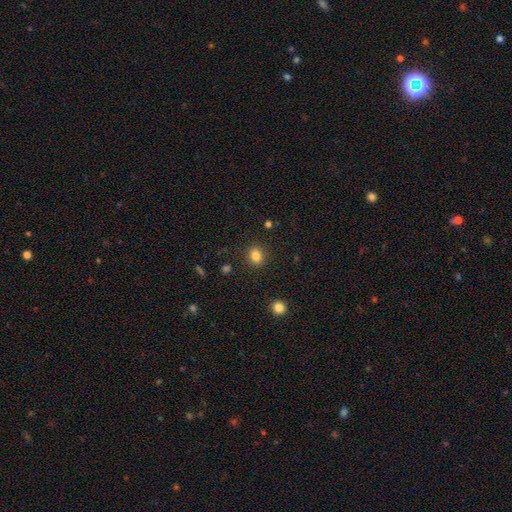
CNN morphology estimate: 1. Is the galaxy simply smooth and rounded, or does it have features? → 83% smooth, 11% star or artifact, 5% featured or disk.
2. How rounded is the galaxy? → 55% round, 44% in between, 1% cigar-shaped.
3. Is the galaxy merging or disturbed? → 88% none, 8% minor disturbance, 3% major disturbance, 2% merger.